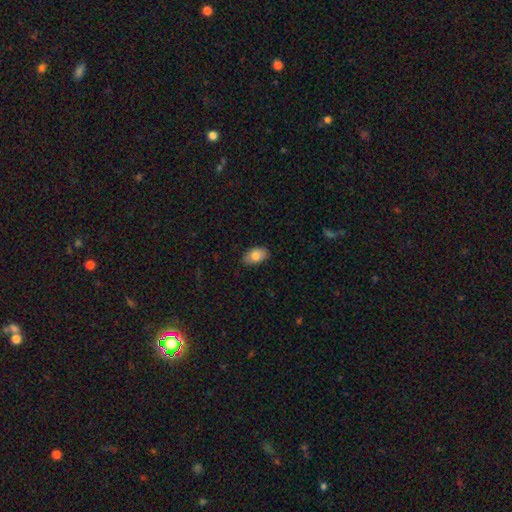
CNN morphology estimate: type=smooth (81%); roundness=in between (92%); merging=none (87%).